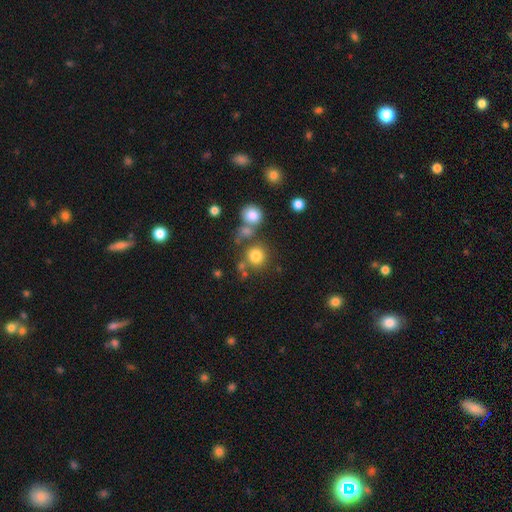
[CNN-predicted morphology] smooth_or_featured: smooth (p=0.79) [alt: star or artifact p=0.14]
how_rounded: round (p=0.90) [alt: in between p=0.09]
merging: none (p=0.69) [alt: merger p=0.17]